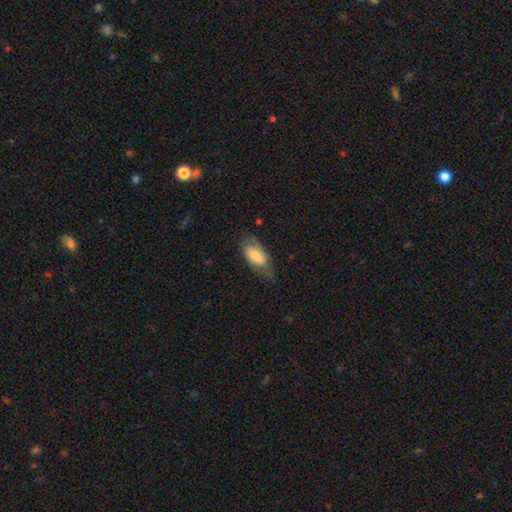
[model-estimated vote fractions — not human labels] A smooth galaxy with no disk features (60%) that is in between round and cigar-shaped (89%). Merging: none (58%).